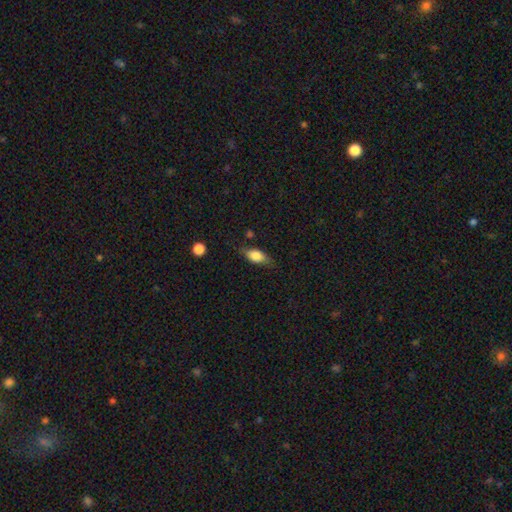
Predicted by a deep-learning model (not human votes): Morphology: type=smooth (72%); roundness=in between (81%); merging=none (67%).